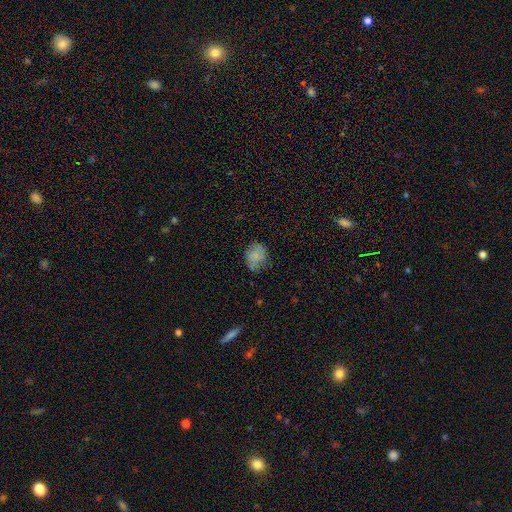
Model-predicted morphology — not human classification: Overall: smooth (70%). How rounded: round (53%; in between 46%). Merging: none (66%).